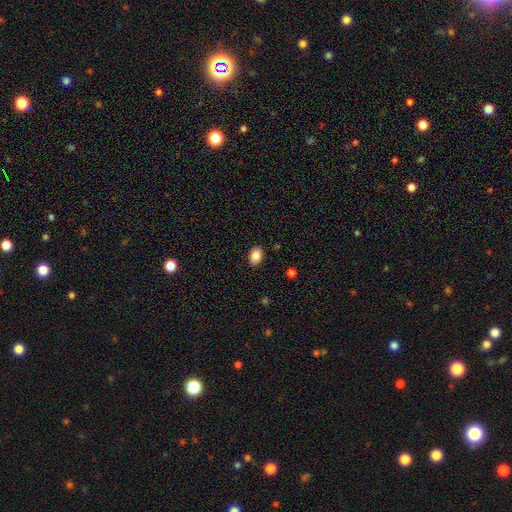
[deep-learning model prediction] smooth_or_featured: smooth (p=0.86) [alt: star or artifact p=0.08]
how_rounded: in between (p=0.79) [alt: round p=0.20]
merging: none (p=0.89) [alt: minor disturbance p=0.08]